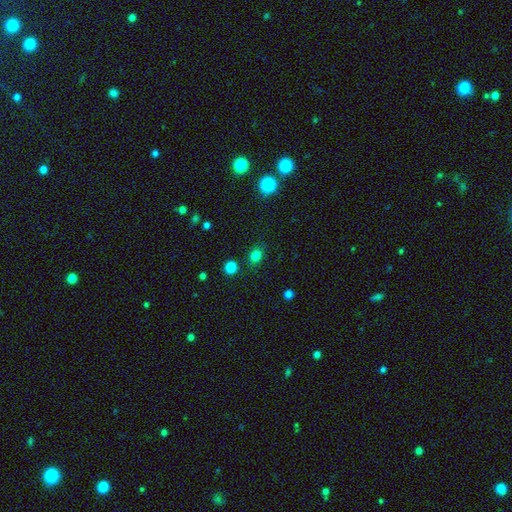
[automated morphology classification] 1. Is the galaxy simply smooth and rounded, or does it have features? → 81% smooth, 15% star or artifact, 5% featured or disk.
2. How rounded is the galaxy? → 61% round, 38% in between, 1% cigar-shaped.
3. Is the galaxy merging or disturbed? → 83% none, 10% minor disturbance, 4% merger, 3% major disturbance.